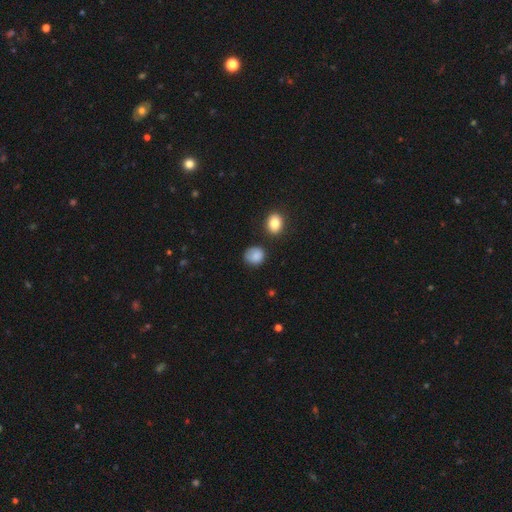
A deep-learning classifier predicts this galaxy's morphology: smooth_or_featured: smooth (p=0.83) [alt: star or artifact p=0.10]
how_rounded: round (p=0.80) [alt: in between p=0.19]
merging: none (p=0.69) [alt: minor disturbance p=0.21]